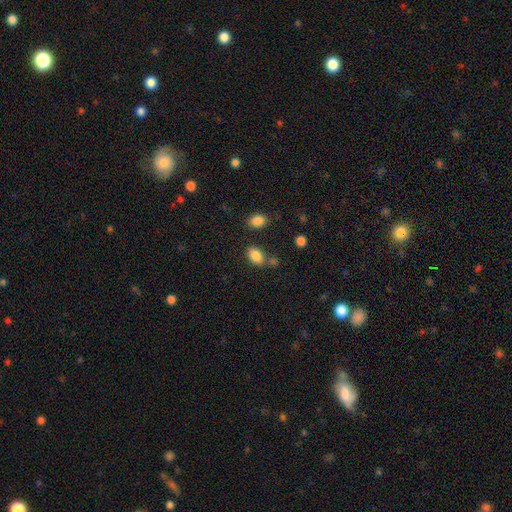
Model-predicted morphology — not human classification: A smooth galaxy with no disk features (85%) that is in between round and cigar-shaped (87%). Merging: none (66%).